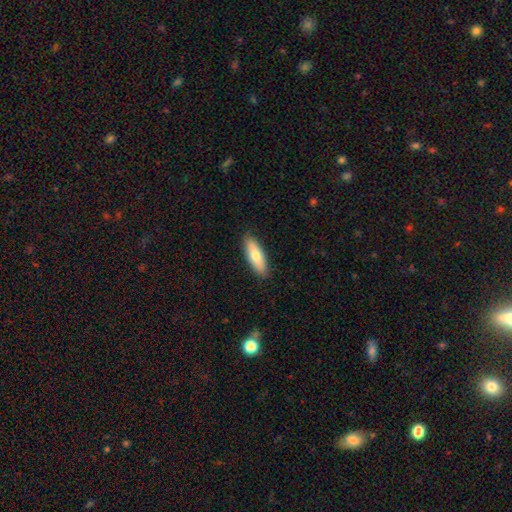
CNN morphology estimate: Smooth or featured?
  - smooth: 72% *
  - featured or disk: 22%
  - star or artifact: 6%
How rounded?
  - in between: 59% *
  - cigar-shaped: 39%
  - round: 2%
Merging?
  - none: 89% *
  - minor disturbance: 9%
  - major disturbance: 2%
  - merger: 1%